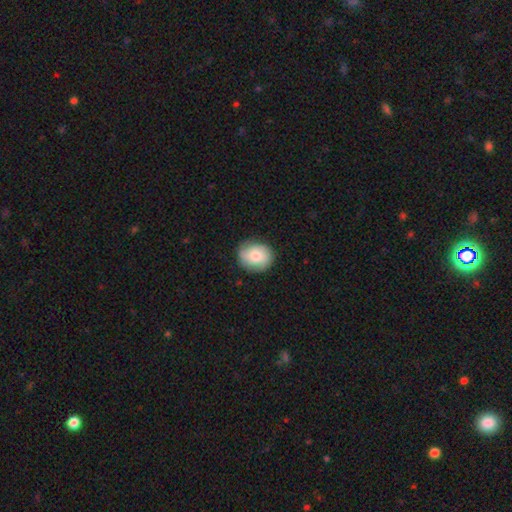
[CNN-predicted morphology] A smooth galaxy with no disk features (66%) that is round (66%).

Vote fractions:
- Smooth or featured? smooth: 66% / featured or disk: 27% / star or artifact: 7%
- How rounded? round: 66% / in between: 33% / cigar-shaped: 1%
- Merging? none: 79% / minor disturbance: 16% / major disturbance: 4% / merger: 1%